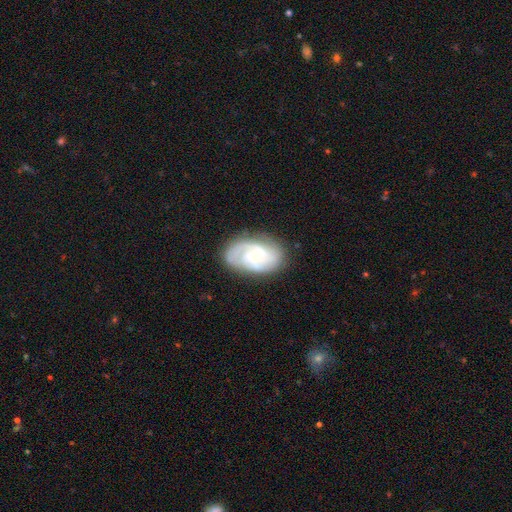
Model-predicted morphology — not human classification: Smooth or featured? featured or disk (78%)
Edge-on disk? no (97%)
Bar? no (59%)
Spiral arms? yes (93%)
Spiral winding? tight (51%)
Spiral arm count? 2 (44%)
Bulge size? small (61%)
Merging? none (74%)